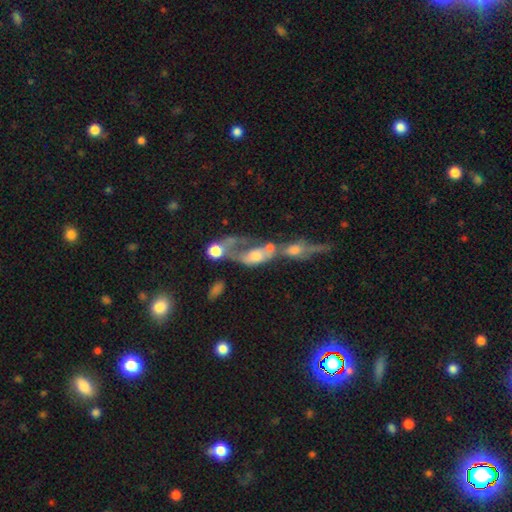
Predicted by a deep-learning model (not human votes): Smooth or featured?
  - featured or disk: 52% *
  - smooth: 35%
  - star or artifact: 13%
Edge-on disk?
  - no: 87% *
  - yes: 13%
Merging?
  - merger: 66% *
  - major disturbance: 18%
  - none: 10%
  - minor disturbance: 6%